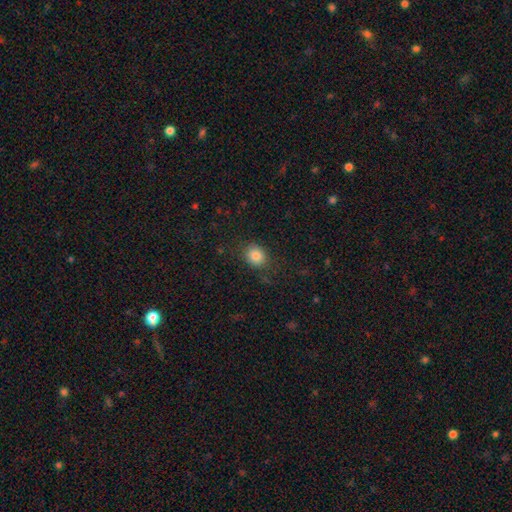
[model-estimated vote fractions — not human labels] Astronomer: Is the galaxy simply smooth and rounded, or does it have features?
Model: smooth — 84%.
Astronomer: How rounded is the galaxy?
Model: round — 64%.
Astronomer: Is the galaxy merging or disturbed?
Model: none — 80%.